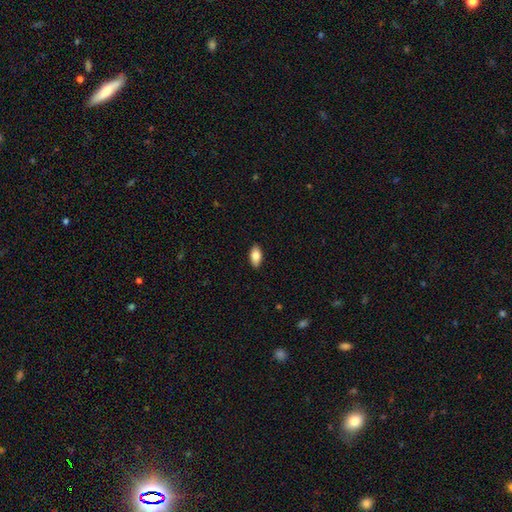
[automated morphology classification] A smooth galaxy with no disk features (83%) that is in between round and cigar-shaped (92%). Merging: none (89%).